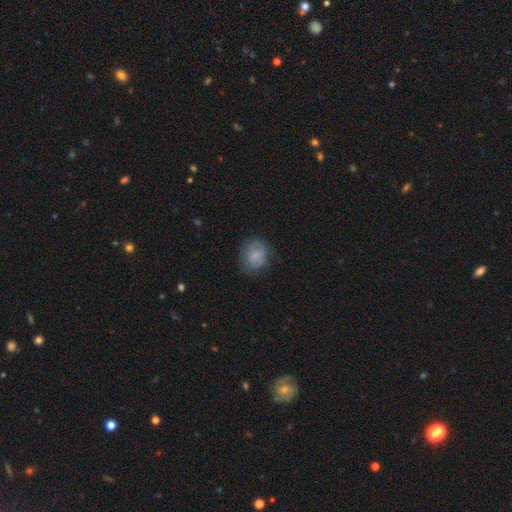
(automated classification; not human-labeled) The model was most divided on "how rounded": round: 68%, in between: 31%, cigar-shaped: 1%. More confident: smooth or featured — smooth (79%); merging — none (75%).